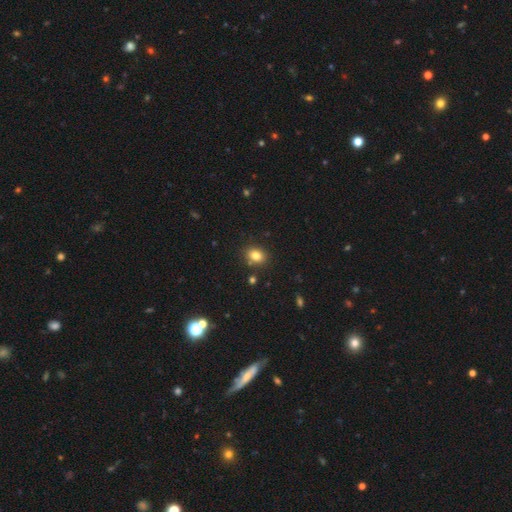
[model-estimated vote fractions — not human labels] smooth-or-featured: smooth: 81% | star or artifact: 12% | featured or disk: 7%
  how-rounded: in between: 53% | round: 46% | cigar-shaped: 1%
  merging: none: 83% | minor disturbance: 10% | merger: 5% | major disturbance: 3%